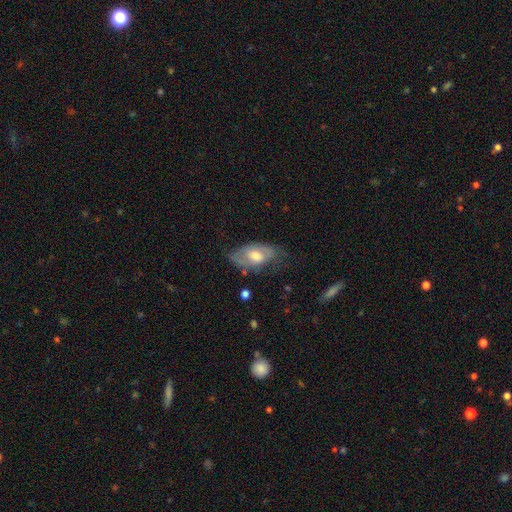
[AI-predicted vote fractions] A featured or disk galaxy (50%).

Vote fractions:
- Smooth or featured? featured or disk: 50% / smooth: 44% / star or artifact: 7%
- Merging? none: 52% / minor disturbance: 31% / major disturbance: 14% / merger: 2%